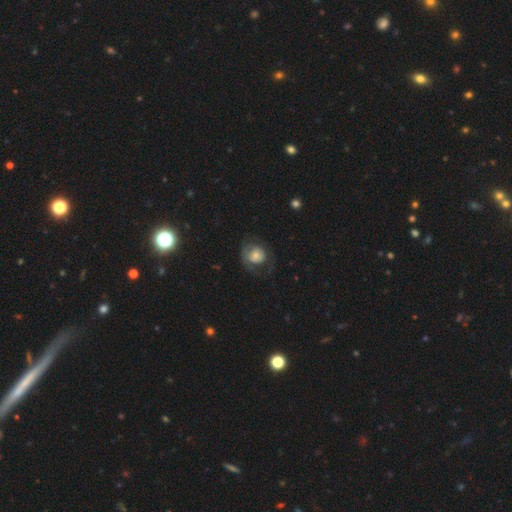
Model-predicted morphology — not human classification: Smooth or featured? Predicted: smooth (p=0.57). How rounded? Predicted: round (p=0.76). Merging? Predicted: none (p=0.53).